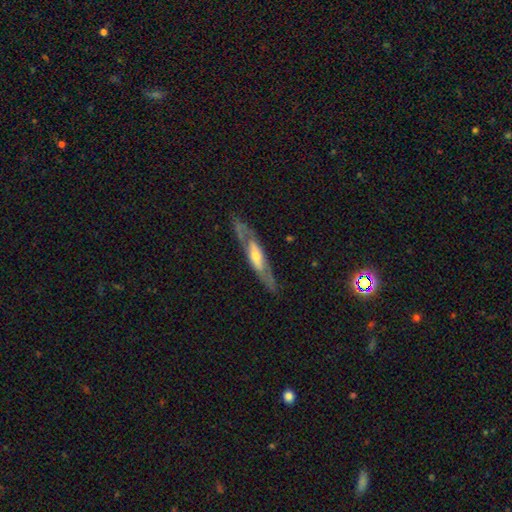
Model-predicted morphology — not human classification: A featured or disk galaxy (71%). Merging: none (76%).